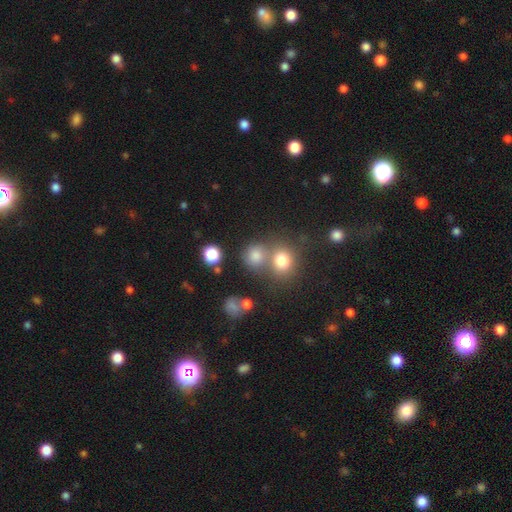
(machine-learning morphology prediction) Smooth or featured? smooth (76%)
How rounded? round (82%)
Merging? none (50%)